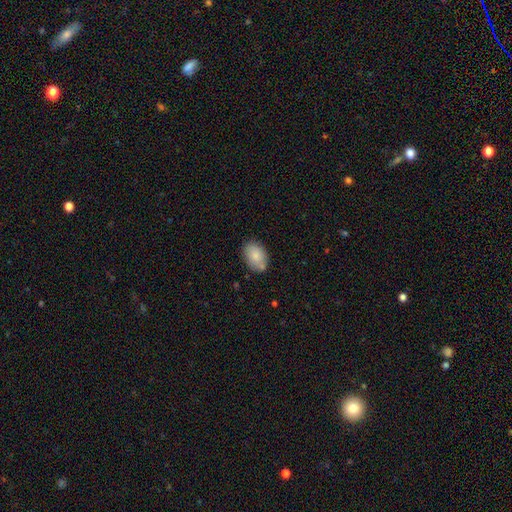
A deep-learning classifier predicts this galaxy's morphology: Q: Smooth or featured?
A: smooth (83%); runner-up: featured or disk (10%)
Q: How rounded?
A: in between (85%); runner-up: round (14%)
Q: Merging?
A: none (75%); runner-up: minor disturbance (16%)